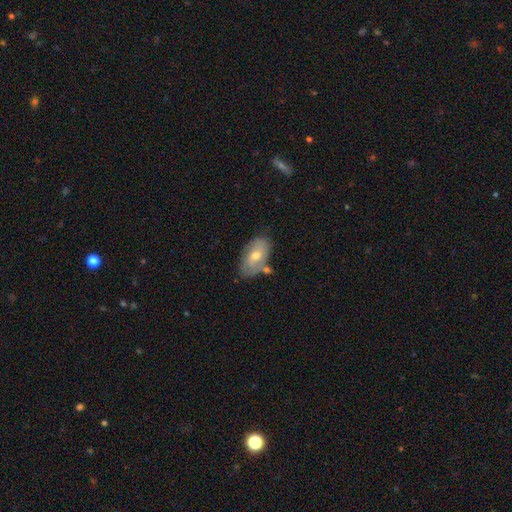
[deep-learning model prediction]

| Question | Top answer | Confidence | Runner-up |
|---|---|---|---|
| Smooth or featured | smooth | 56% | featured or disk (37%) |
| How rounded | in between | 92% | round (6%) |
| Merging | none | 60% | minor disturbance (21%) |